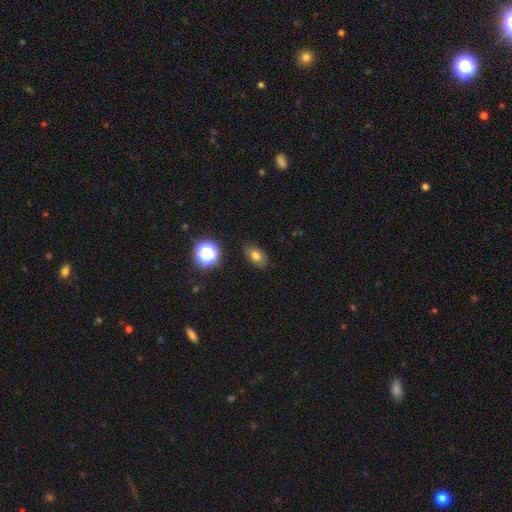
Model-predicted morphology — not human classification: A smooth galaxy with no disk features (73%) that is in between round and cigar-shaped (83%).

Vote fractions:
- Smooth or featured? smooth: 73% / star or artifact: 15% / featured or disk: 12%
- How rounded? in between: 83% / round: 15% / cigar-shaped: 2%
- Merging? none: 85% / minor disturbance: 11% / major disturbance: 3% / merger: 2%